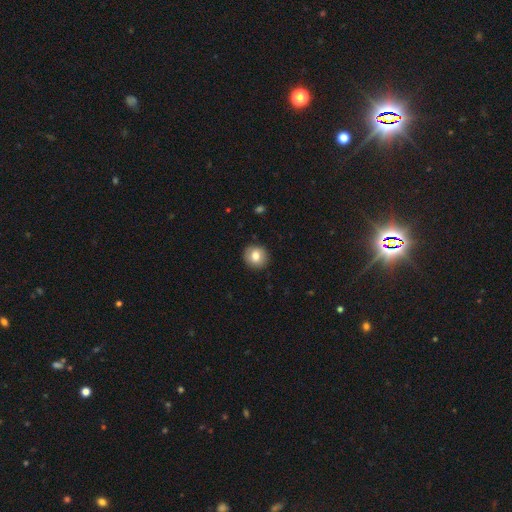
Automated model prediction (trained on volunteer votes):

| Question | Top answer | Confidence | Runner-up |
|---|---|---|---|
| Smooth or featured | smooth | 78% | featured or disk (13%) |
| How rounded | round | 90% | in between (9%) |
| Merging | none | 90% | minor disturbance (7%) |